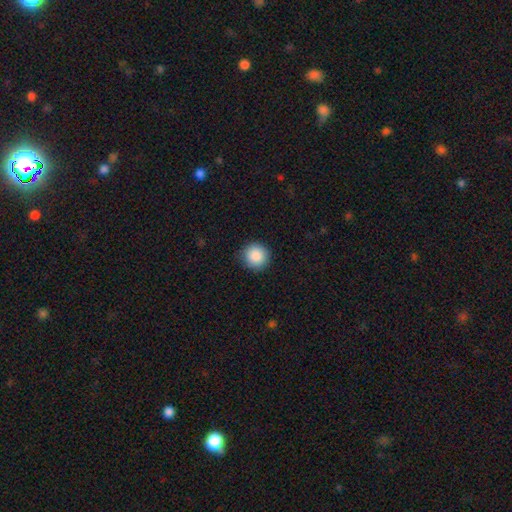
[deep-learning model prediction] Morphology: type=smooth (89%); roundness=round (94%); merging=none (90%).